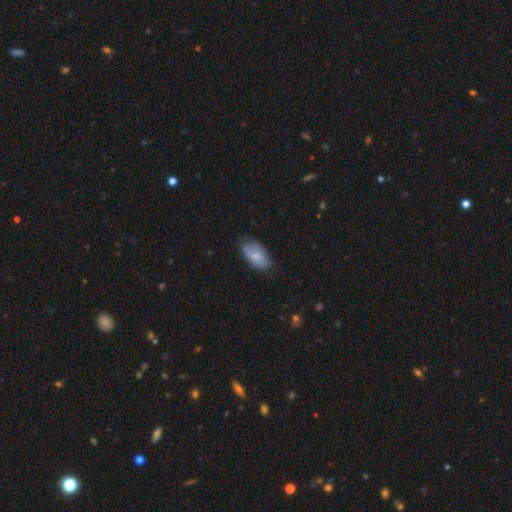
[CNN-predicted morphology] Smooth or featured: smooth — 72% (featured or disk — 21%)
How rounded: in between — 92% (cigar-shaped — 5%)
Merging: none — 65% (minor disturbance — 28%)